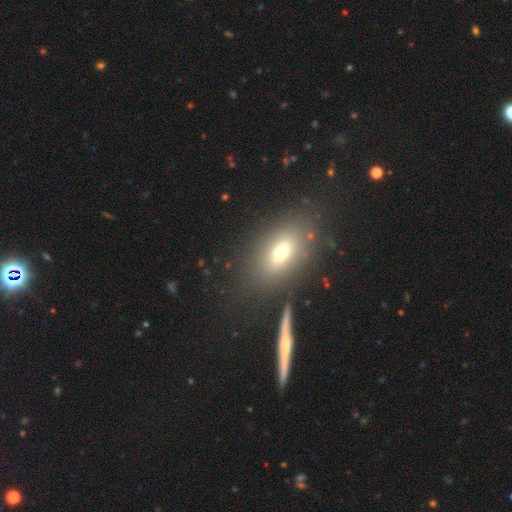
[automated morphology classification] smooth 56%, featured or disk 23%, star or artifact 21%. Down the decision tree: how rounded — in between (72%); merging — none (79%).